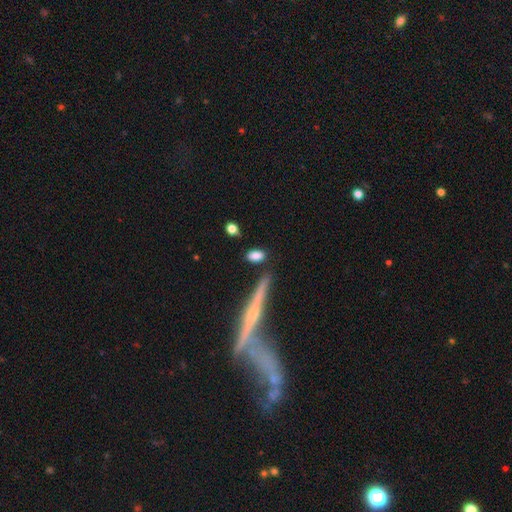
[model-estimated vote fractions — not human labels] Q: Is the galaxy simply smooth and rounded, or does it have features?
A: smooth — 83%.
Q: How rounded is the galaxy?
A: in between — 80%.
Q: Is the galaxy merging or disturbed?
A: none — 76%.